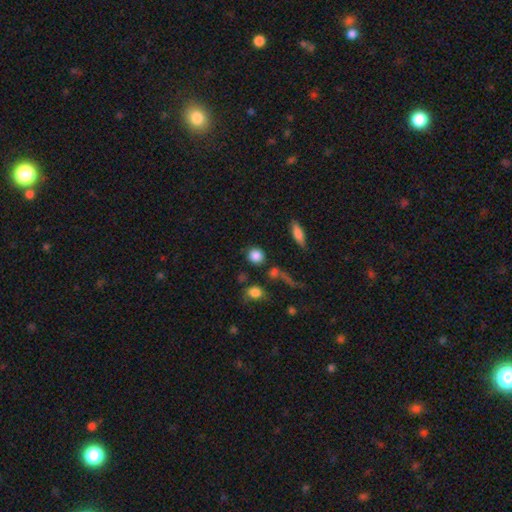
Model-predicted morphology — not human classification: Smooth or featured? Predicted: smooth (p=0.84). How rounded? Predicted: round (p=0.84). Merging? Predicted: none (p=0.77).